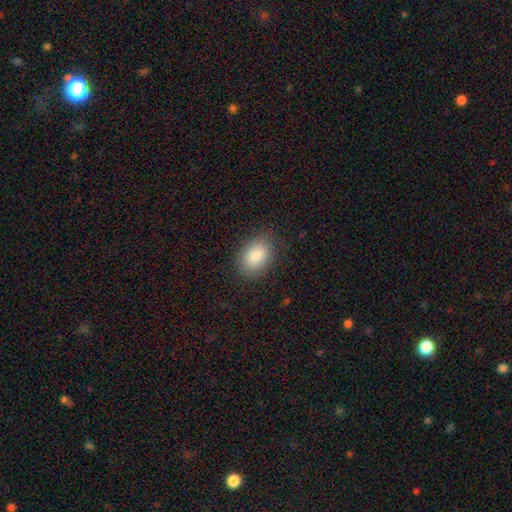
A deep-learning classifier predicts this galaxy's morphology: smooth-or-featured: smooth: 88% | star or artifact: 7% | featured or disk: 5%
  how-rounded: in between: 84% | round: 14% | cigar-shaped: 1%
  merging: none: 84% | minor disturbance: 12% | major disturbance: 4% | merger: 1%